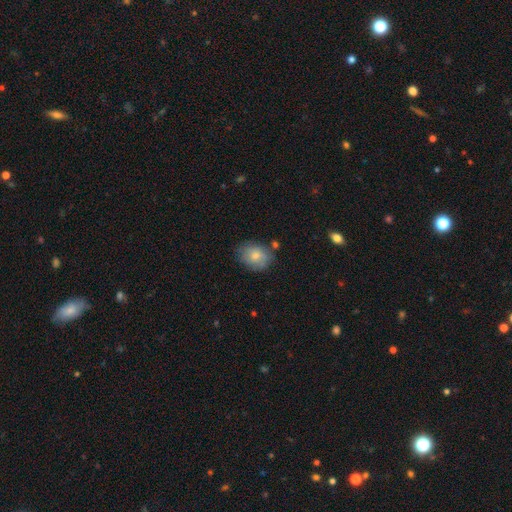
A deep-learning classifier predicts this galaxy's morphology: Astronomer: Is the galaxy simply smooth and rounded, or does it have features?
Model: smooth — 77%.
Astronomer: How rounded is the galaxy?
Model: in between — 54% (runner-up: round, 45%).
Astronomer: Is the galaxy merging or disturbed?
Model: none — 72%.